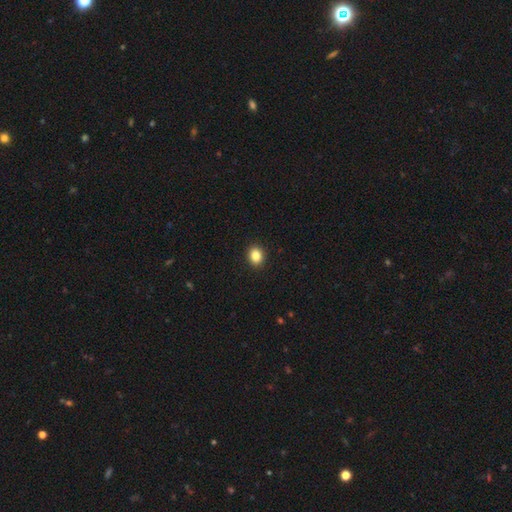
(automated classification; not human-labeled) This appears to be a smooth galaxy with no disk features (86%) that is round (57%). Merging: none (92%).